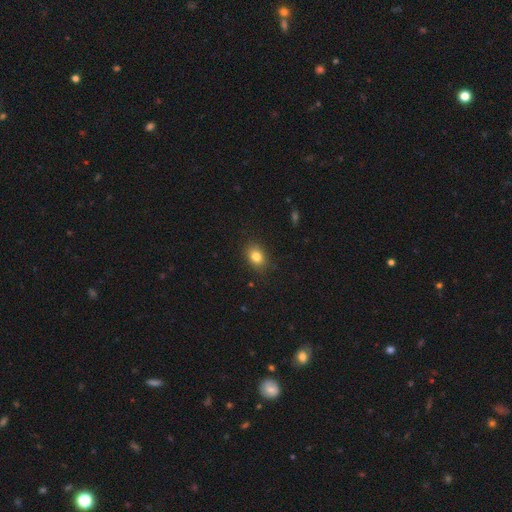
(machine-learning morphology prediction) Smooth or featured: smooth — 83% (star or artifact — 10%)
How rounded: in between — 70% (round — 29%)
Merging: none — 86% (minor disturbance — 10%)